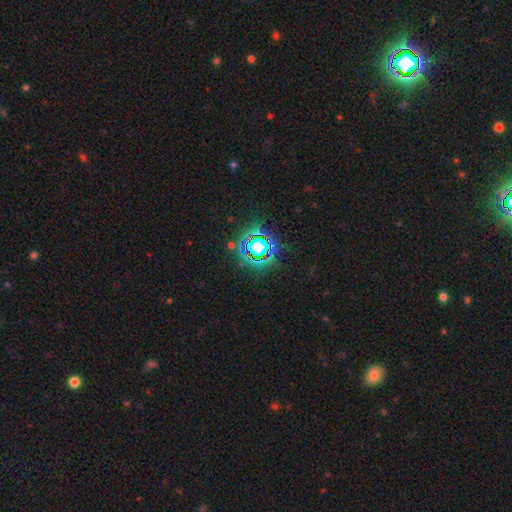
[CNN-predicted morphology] Q: Smooth or featured?
A: star or artifact (79%); runner-up: smooth (14%)